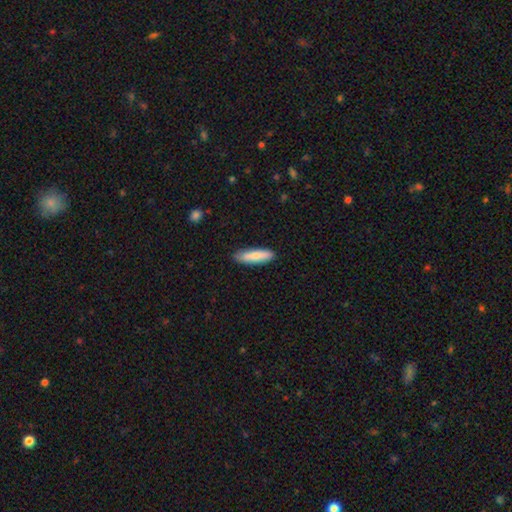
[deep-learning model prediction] The model was most divided on "how rounded": cigar-shaped: 67%, in between: 32%, round: 1%. More confident: merging — none (87%); smooth or featured — smooth (83%).